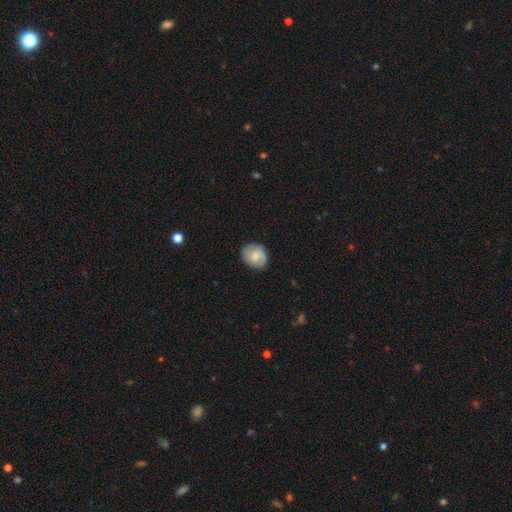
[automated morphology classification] smooth_or_featured: smooth (p=0.56) [alt: featured or disk p=0.37]
how_rounded: round (p=0.65) [alt: in between p=0.34]
merging: none (p=0.79) [alt: minor disturbance p=0.16]